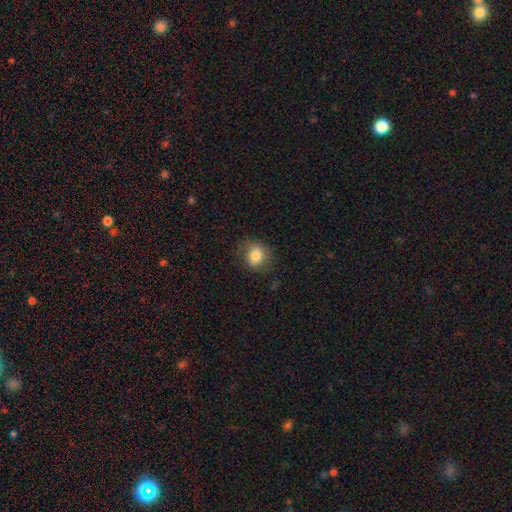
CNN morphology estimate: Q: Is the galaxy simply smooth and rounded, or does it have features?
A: smooth — 79%.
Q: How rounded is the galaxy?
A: round — 70%.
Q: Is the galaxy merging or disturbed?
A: none — 70%.